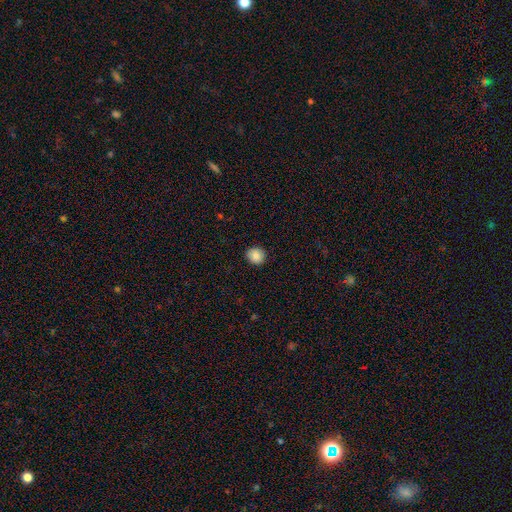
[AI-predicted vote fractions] smooth_or_featured: smooth (p=0.88) [alt: star or artifact p=0.09]
how_rounded: round (p=0.87) [alt: in between p=0.12]
merging: none (p=0.90) [alt: minor disturbance p=0.07]